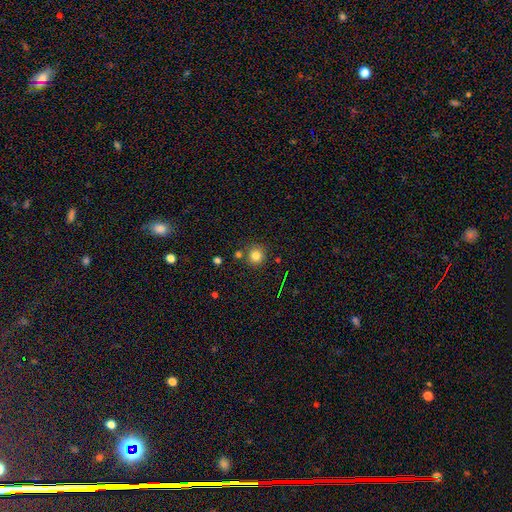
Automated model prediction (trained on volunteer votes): Smooth or featured: smooth — 81% (star or artifact — 13%)
How rounded: round — 93% (in between — 6%)
Merging: none — 80% (minor disturbance — 9%)